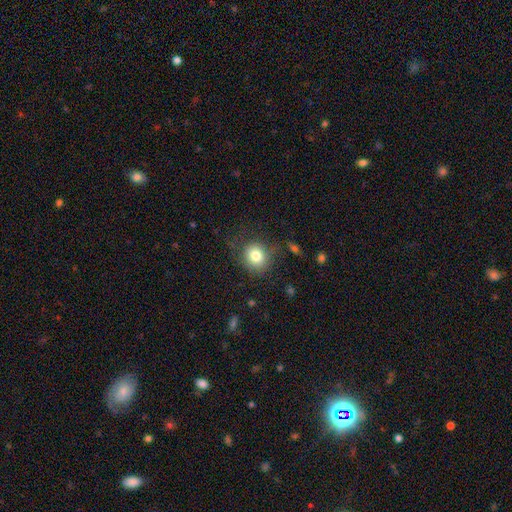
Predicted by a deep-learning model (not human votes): smooth 80%, star or artifact 11%, featured or disk 9%. Down the decision tree: how rounded — round (81%); merging — none (76%).